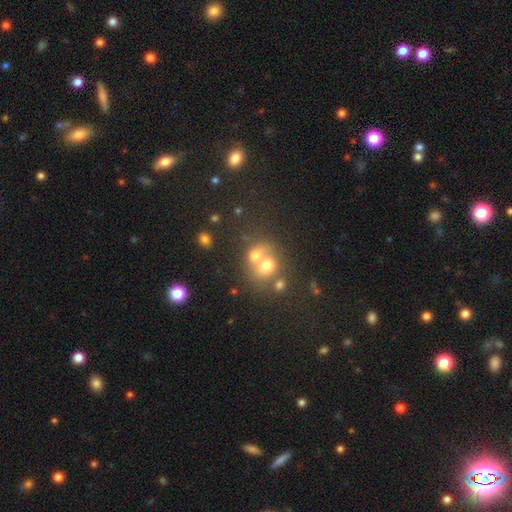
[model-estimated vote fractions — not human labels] A smooth galaxy with no disk features (63%) that is round (53%).

Vote fractions:
- Smooth or featured? smooth: 63% / featured or disk: 22% / star or artifact: 14%
- How rounded? round: 53% / in between: 45% / cigar-shaped: 1%
- Merging? merger: 64% / none: 24% / minor disturbance: 7% / major disturbance: 5%